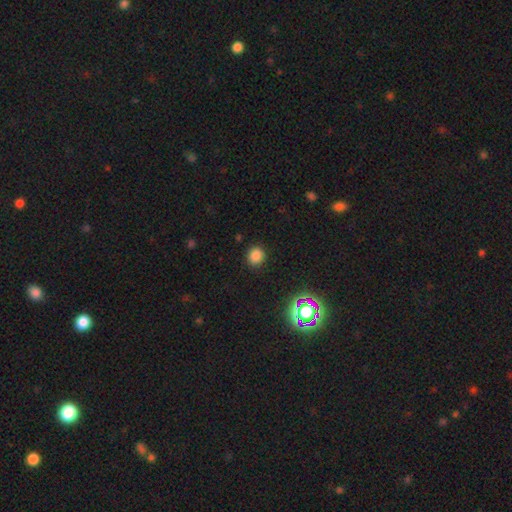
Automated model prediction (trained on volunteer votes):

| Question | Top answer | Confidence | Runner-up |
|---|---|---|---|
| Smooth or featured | smooth | 80% | star or artifact (15%) |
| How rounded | round | 87% | in between (12%) |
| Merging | none | 90% | minor disturbance (7%) |